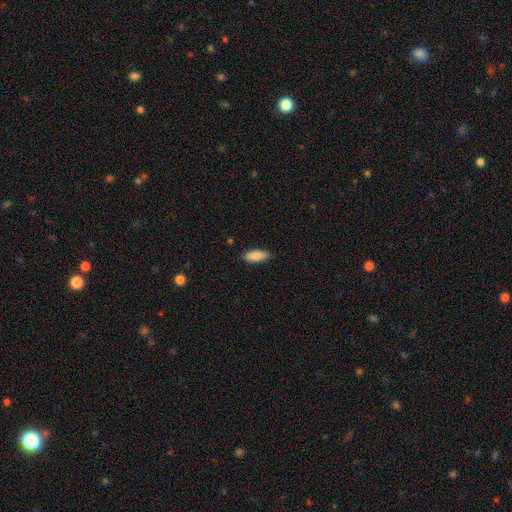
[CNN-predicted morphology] Smooth or featured? smooth (88%)
How rounded? in between (76%)
Merging? none (85%)